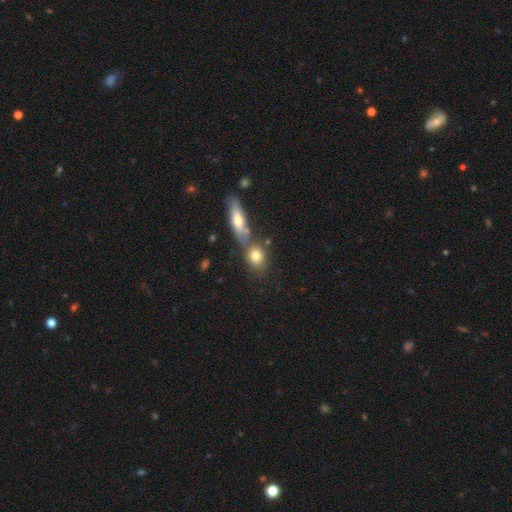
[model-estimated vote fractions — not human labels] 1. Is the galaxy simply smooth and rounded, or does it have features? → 78% smooth, 14% featured or disk, 9% star or artifact.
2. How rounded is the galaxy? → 49% in between, 43% round, 8% cigar-shaped.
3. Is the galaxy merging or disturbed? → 54% none, 31% merger, 11% minor disturbance, 4% major disturbance.